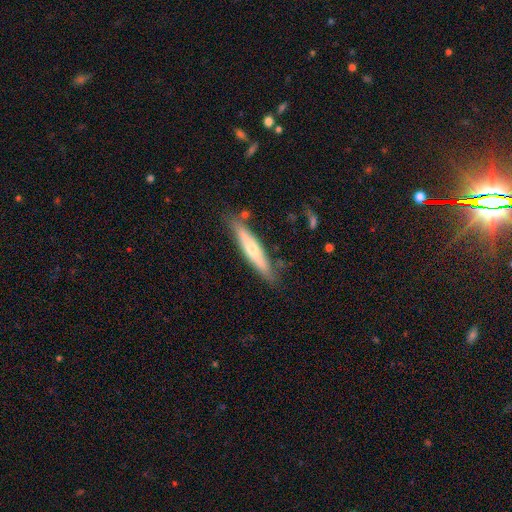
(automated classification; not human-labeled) The model was most divided on "smooth or featured": smooth: 49%, featured or disk: 46%, star or artifact: 6%. More confident: merging — none (79%).